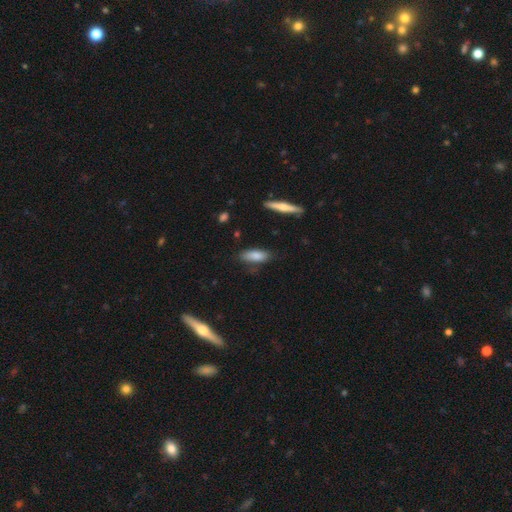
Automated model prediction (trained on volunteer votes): Morphology: type=smooth (80%); roundness=in between (67%); merging=none (71%).